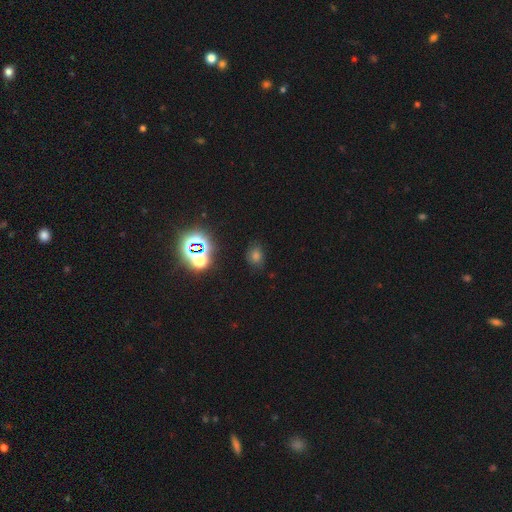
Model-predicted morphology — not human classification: smooth_or_featured: smooth (p=0.49) [alt: star or artifact p=0.42]
merging: none (p=0.82) [alt: minor disturbance p=0.12]